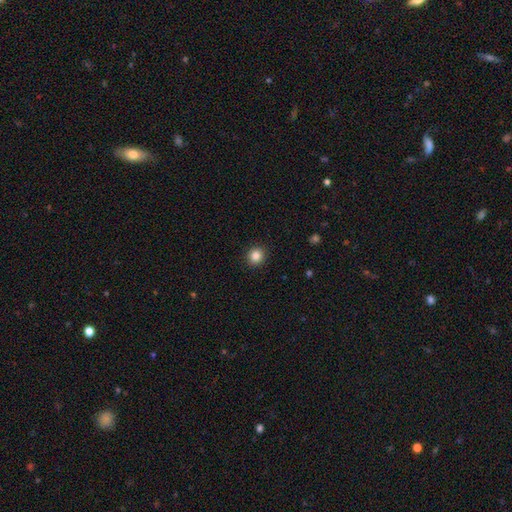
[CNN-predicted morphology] type=smooth (85%); roundness=round (88%); merging=none (92%).